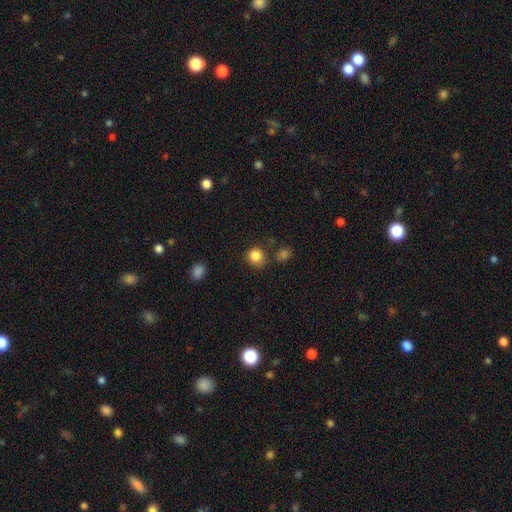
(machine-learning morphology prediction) smooth_or_featured: smooth (p=0.85) [alt: star or artifact p=0.11]
how_rounded: round (p=0.85) [alt: in between p=0.14]
merging: none (p=0.75) [alt: minor disturbance p=0.13]